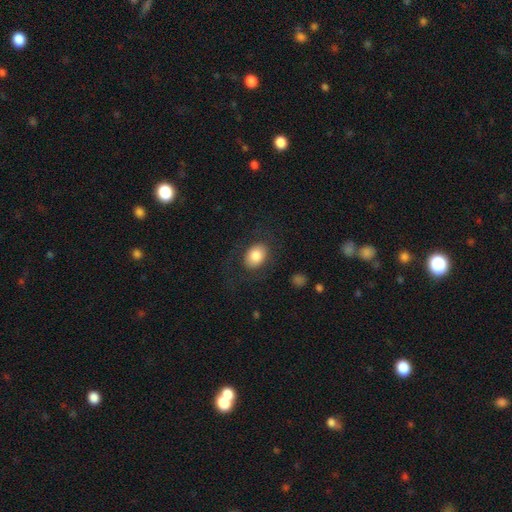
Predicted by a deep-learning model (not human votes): smooth-or-featured: smooth: 80% | featured or disk: 13% | star or artifact: 7%
  how-rounded: in between: 76% | round: 23% | cigar-shaped: 1%
  merging: none: 80% | minor disturbance: 11% | major disturbance: 8% | merger: 1%